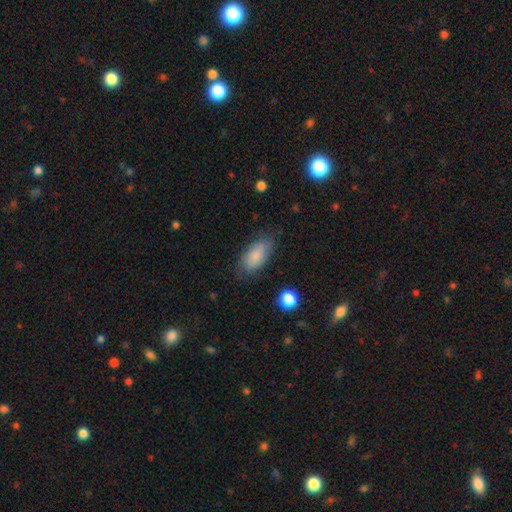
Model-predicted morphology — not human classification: Smooth or featured? Predicted: smooth (p=0.77). How rounded? Predicted: in between (p=0.91). Merging? Predicted: none (p=0.72).